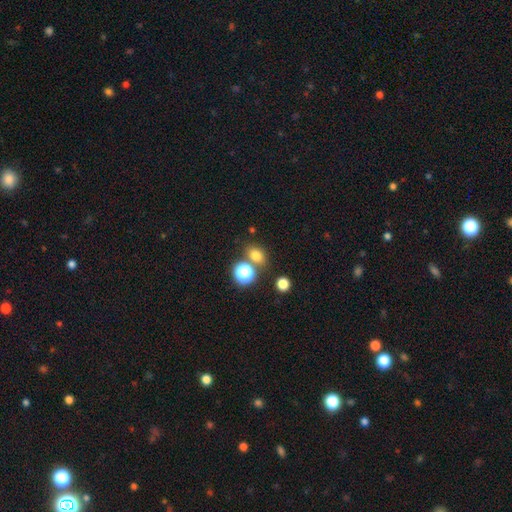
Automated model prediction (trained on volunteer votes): Smooth or featured? Predicted: smooth (p=0.74). How rounded? Predicted: in between (p=0.53). Merging? Predicted: none (p=0.69).